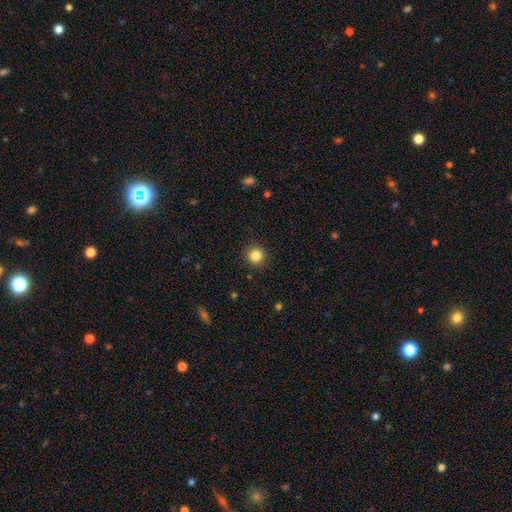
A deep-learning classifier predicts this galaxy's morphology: smooth-or-featured: smooth: 84% | star or artifact: 11% | featured or disk: 5%
  how-rounded: round: 94% | in between: 6% | cigar-shaped: 1%
  merging: none: 91% | minor disturbance: 6% | major disturbance: 2% | merger: 1%